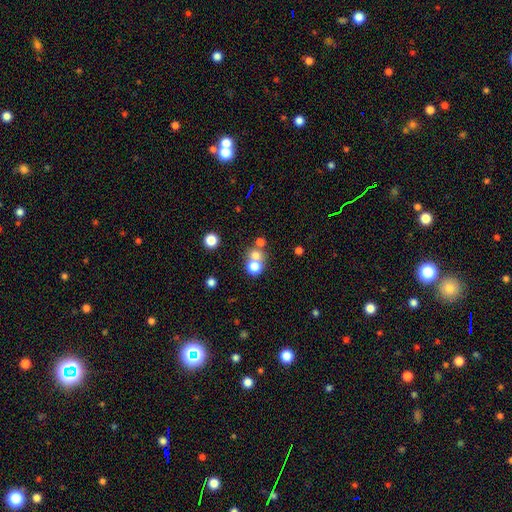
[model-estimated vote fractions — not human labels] Smooth or featured: smooth — 69% (star or artifact — 17%)
How rounded: round — 82% (in between — 17%)
Merging: merger — 46% (none — 44%)